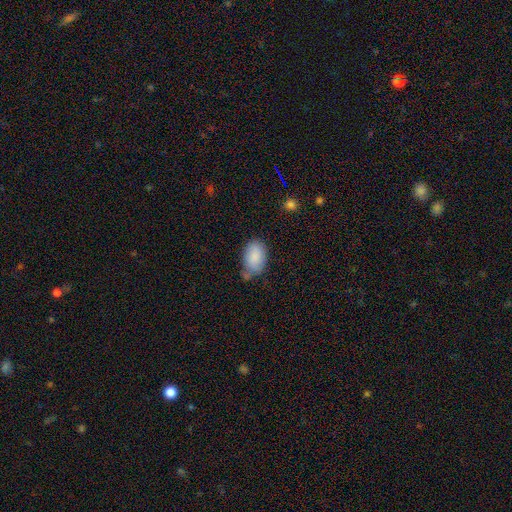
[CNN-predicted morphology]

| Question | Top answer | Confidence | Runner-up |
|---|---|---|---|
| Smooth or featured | smooth | 86% | featured or disk (7%) |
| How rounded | in between | 90% | round (9%) |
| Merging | none | 52% | minor disturbance (31%) |